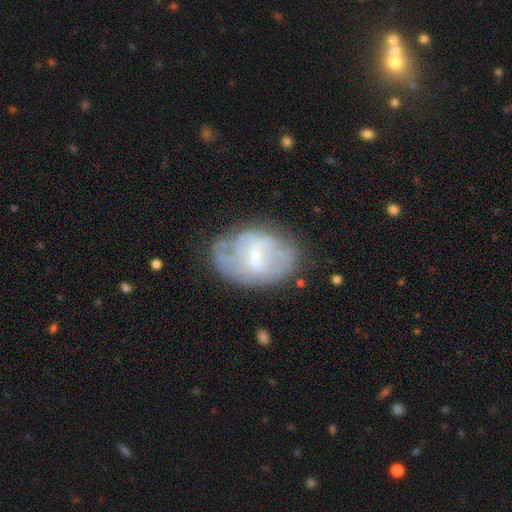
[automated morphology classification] featured or disk 65%, smooth 27%, star or artifact 8%. Down the decision tree: edge-on disk — no (96%); bar — weak (55%); spiral arms — yes (54%); bulge size — small (57%); merging — none (60%).